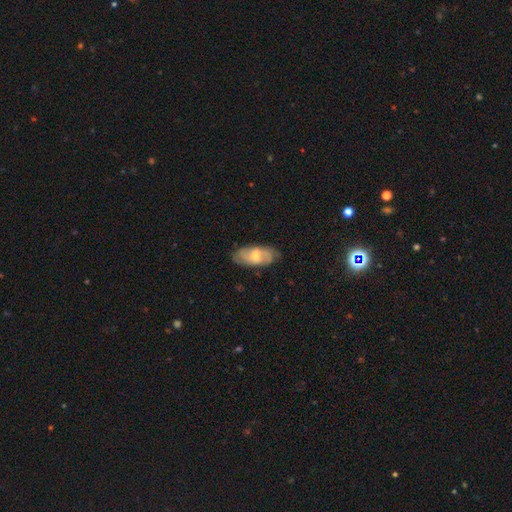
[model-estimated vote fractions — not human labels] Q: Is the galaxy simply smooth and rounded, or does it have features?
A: featured or disk — 55%.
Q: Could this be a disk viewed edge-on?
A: no — 91%.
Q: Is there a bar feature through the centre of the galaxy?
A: weak — 46%.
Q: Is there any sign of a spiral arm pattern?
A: yes — 79%.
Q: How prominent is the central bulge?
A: moderate — 51%.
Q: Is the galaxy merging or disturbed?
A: none — 72%.